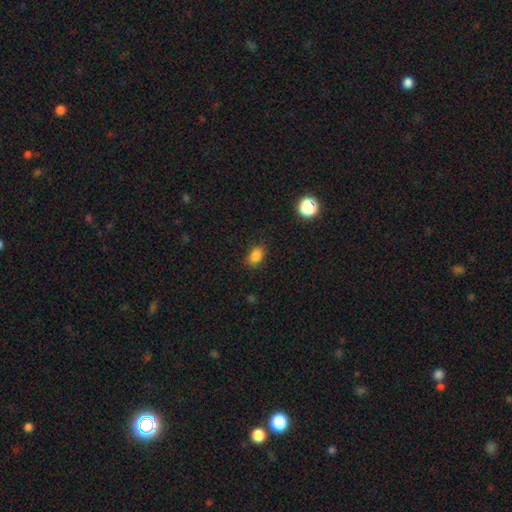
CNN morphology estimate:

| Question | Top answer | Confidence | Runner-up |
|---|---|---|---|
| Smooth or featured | smooth | 85% | star or artifact (11%) |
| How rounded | in between | 83% | round (15%) |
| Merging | none | 84% | minor disturbance (12%) |